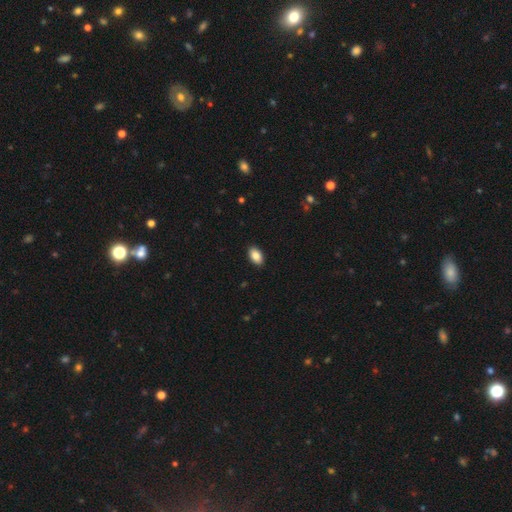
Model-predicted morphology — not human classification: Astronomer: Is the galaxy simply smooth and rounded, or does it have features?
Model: smooth — 87%.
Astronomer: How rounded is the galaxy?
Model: in between — 92%.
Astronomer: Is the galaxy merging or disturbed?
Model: none — 90%.